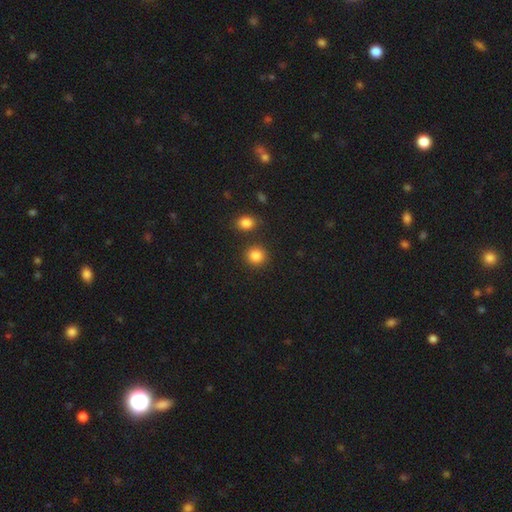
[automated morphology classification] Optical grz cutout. It shows a smooth galaxy with no disk features (86%) that is round (88%). Merging: none (84%).